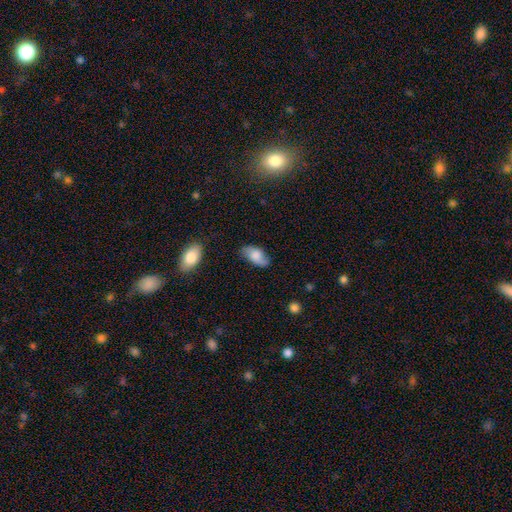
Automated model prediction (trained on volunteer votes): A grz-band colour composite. It shows a smooth galaxy with no disk features (63%) that is in between round and cigar-shaped (92%). Merging: none (65%).